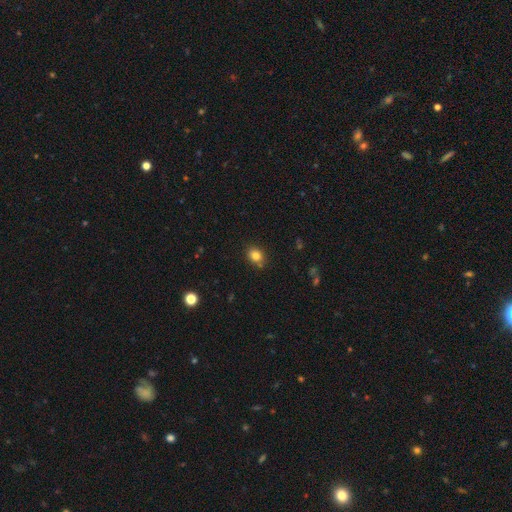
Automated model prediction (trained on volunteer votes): Overall: smooth (82%). How rounded: round (50%; in between 49%). Merging: none (81%).